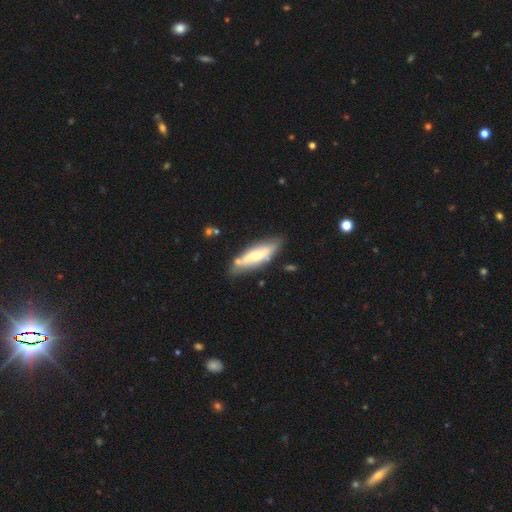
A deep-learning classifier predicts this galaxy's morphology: type=smooth (50%); roundness=cigar-shaped (57%); merging=none (69%).